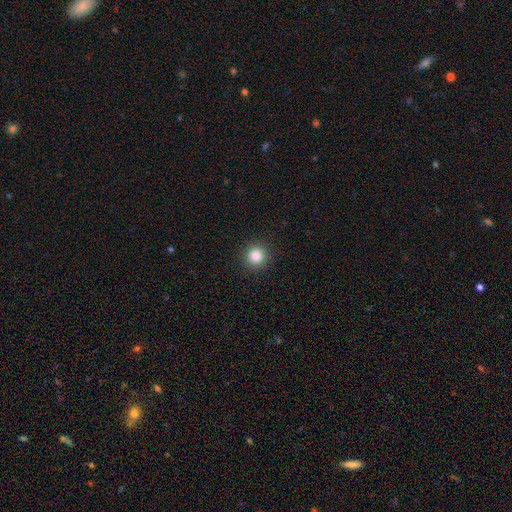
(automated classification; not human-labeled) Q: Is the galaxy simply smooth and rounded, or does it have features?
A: smooth — 86%.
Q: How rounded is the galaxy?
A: round — 94%.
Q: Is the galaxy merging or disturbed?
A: none — 92%.